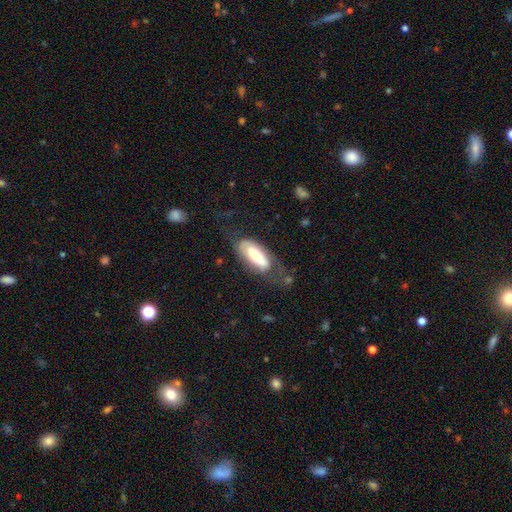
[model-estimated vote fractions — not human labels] Overall: featured or disk (48%; smooth 46%). Merging: none (50%; major disturbance 25%).